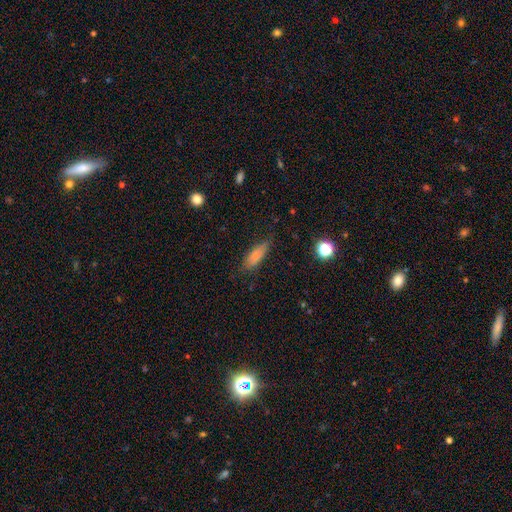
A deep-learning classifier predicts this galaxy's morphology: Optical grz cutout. It shows a smooth galaxy with no disk features (78%) that is in between round and cigar-shaped (55%). Merging: none (68%).